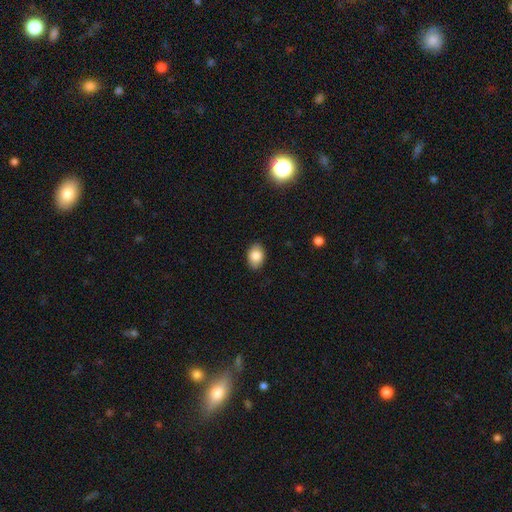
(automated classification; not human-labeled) This is clearly a smooth galaxy (86%). How rounded: clearly in between (82%). Merging: clearly none (87%).